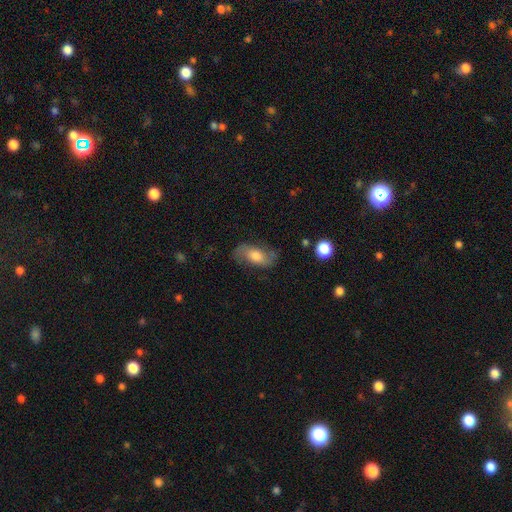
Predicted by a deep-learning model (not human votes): featured or disk 48%, smooth 45%, star or artifact 8%. Down the decision tree: merging — none (70%).